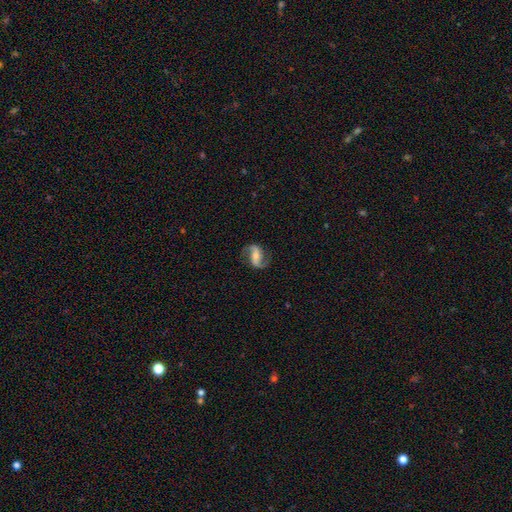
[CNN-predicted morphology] Overall: featured or disk (87%). Edge-on disk: no (97%). Bar: strong (40%; weak 34%). Spiral arms: yes (96%). Spiral arm count: 2 (93%). Spiral winding: loose (49%; medium 40%). Bulge size: small (45%, tied with moderate). Merging: none (81%).